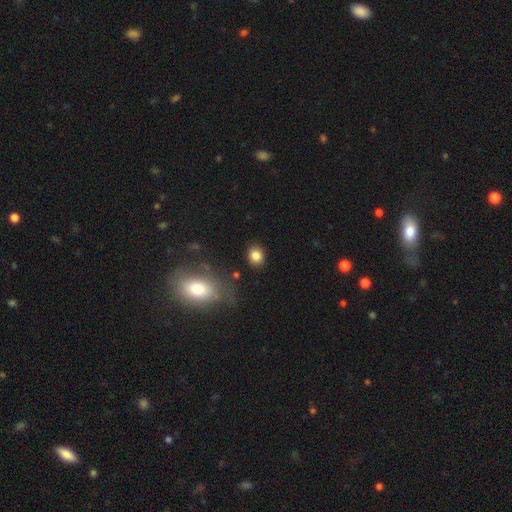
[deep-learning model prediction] Overall: smooth (84%). How rounded: round (64%; in between 34%). Merging: none (87%).